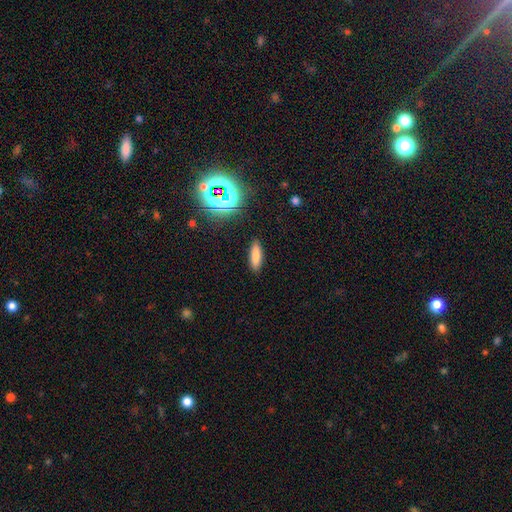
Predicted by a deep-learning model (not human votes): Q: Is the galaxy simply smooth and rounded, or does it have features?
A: smooth — 77%.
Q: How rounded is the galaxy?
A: cigar-shaped — 53%.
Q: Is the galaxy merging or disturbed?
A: none — 88%.